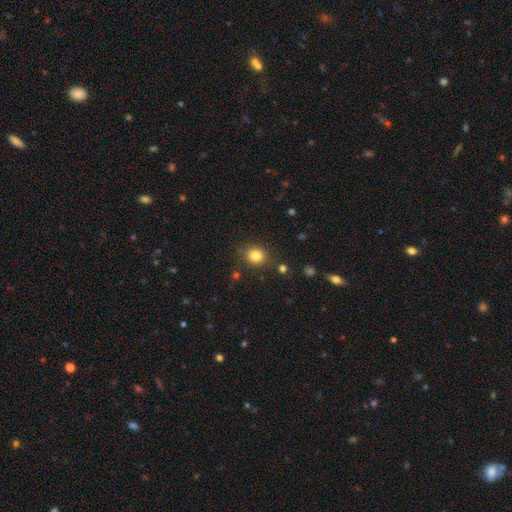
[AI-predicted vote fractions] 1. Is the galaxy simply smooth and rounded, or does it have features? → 82% smooth, 12% star or artifact, 6% featured or disk.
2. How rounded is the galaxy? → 76% round, 23% in between, 1% cigar-shaped.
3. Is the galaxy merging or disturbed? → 83% none, 11% minor disturbance, 3% major disturbance, 3% merger.